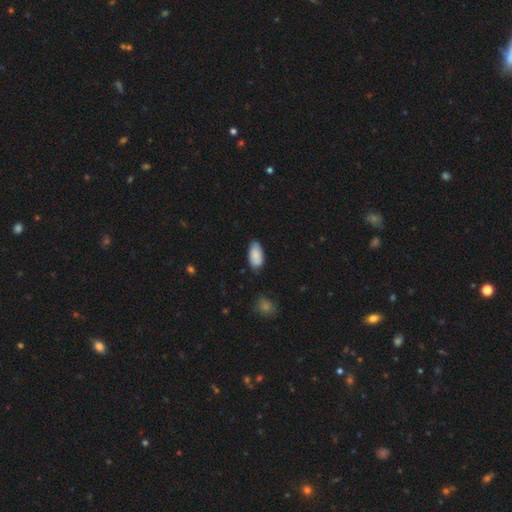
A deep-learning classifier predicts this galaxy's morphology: Smooth or featured? Predicted: smooth (p=0.84). How rounded? Predicted: in between (p=0.95). Merging? Predicted: none (p=0.74).